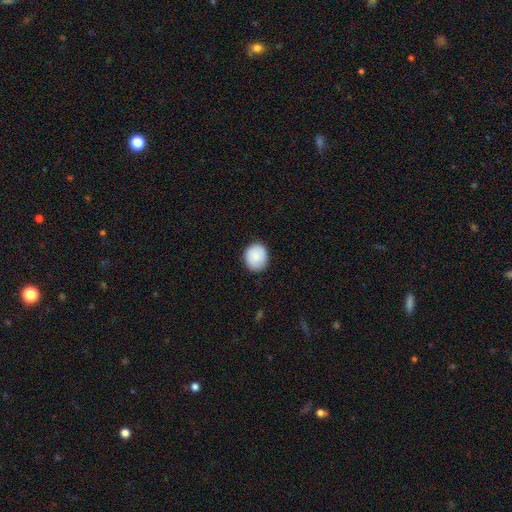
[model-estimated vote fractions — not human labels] smooth 86%, featured or disk 7%, star or artifact 7%. Down the decision tree: how rounded — round (78%); merging — none (86%).